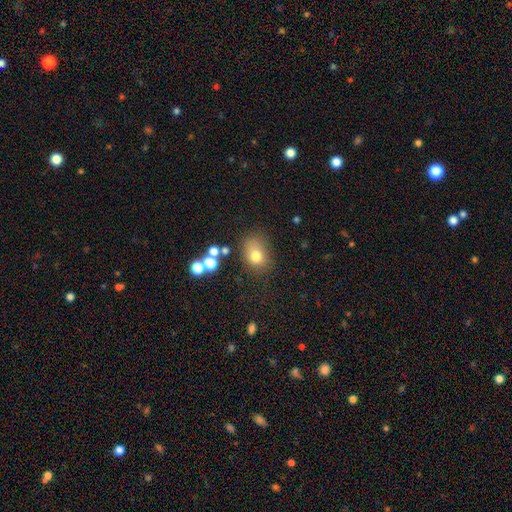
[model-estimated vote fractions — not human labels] A smooth galaxy with no disk features (75%) that is in between round and cigar-shaped (54%). Merging: none (63%).